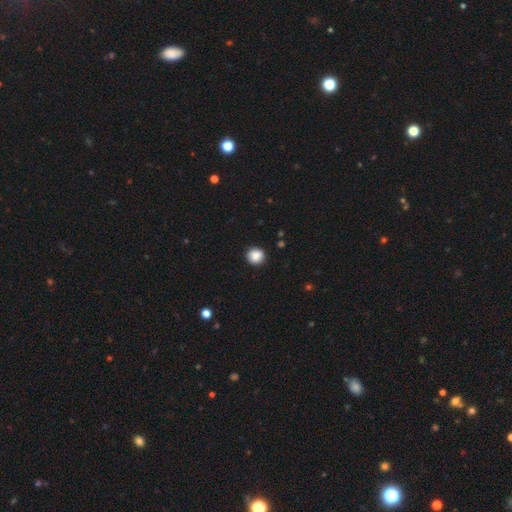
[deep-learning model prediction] This is clearly a smooth galaxy (87%). How rounded: clearly round (89%). Merging: clearly none (90%).